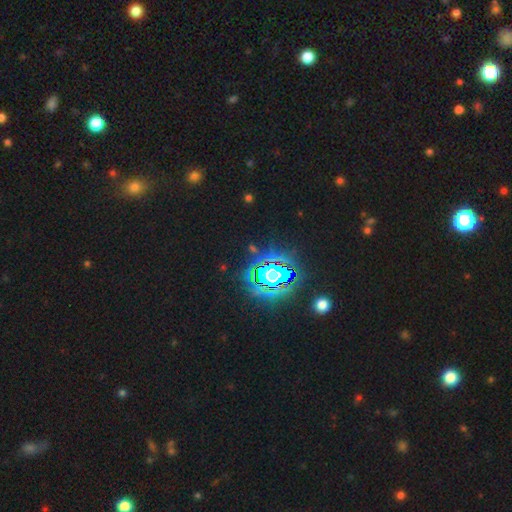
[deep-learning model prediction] smooth_or_featured: star or artifact (p=0.81) [alt: smooth p=0.12]